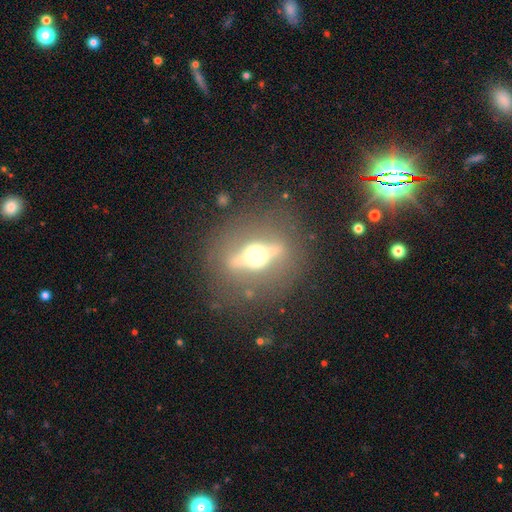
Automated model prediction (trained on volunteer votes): This appears to be a featured or disk galaxy (75%) viewed edge-on (65%). Merging: none (82%).